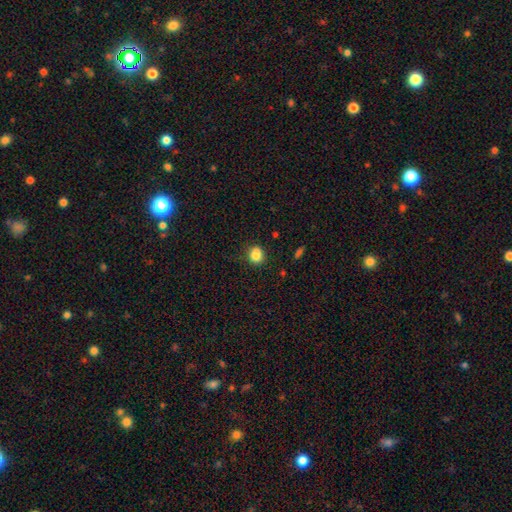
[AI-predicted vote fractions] smooth_or_featured: smooth (p=0.83) [alt: star or artifact p=0.11]
how_rounded: round (p=0.66) [alt: in between p=0.32]
merging: none (p=0.69) [alt: minor disturbance p=0.19]